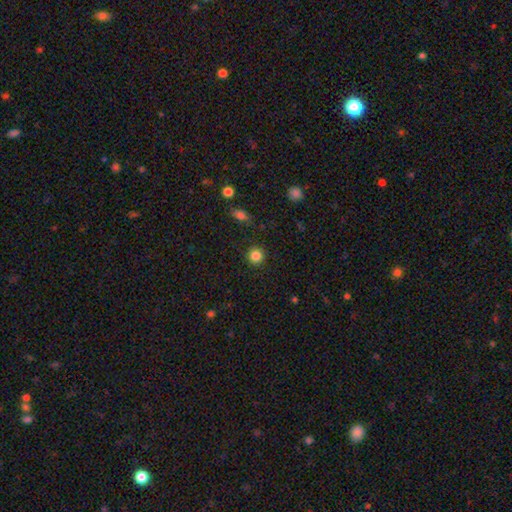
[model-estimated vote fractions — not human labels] A smooth galaxy with no disk features (84%) that is round (93%).

Vote fractions:
- Smooth or featured? smooth: 84% / star or artifact: 11% / featured or disk: 5%
- How rounded? round: 93% / in between: 6% / cigar-shaped: 1%
- Merging? none: 91% / minor disturbance: 6% / major disturbance: 2% / merger: 1%